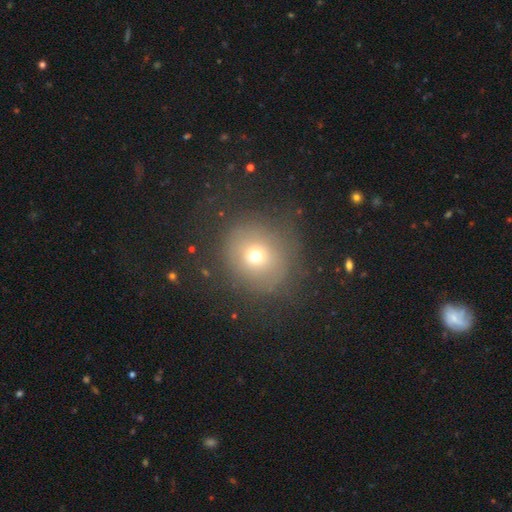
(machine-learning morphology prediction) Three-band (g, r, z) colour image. It shows a smooth galaxy with no disk features (64%) that is round (89%). Merging: none (69%).